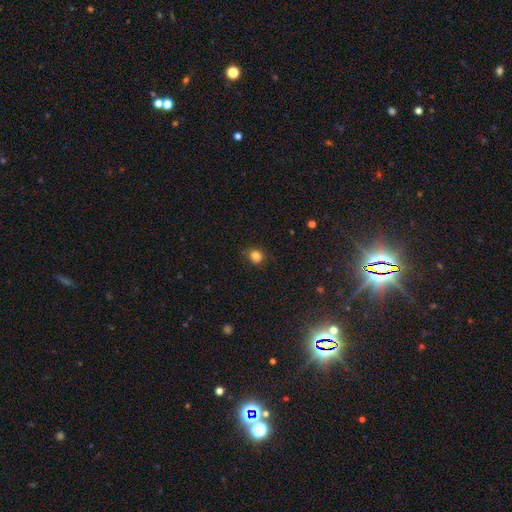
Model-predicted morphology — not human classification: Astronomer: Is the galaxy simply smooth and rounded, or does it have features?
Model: smooth — 81%.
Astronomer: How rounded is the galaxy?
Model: round — 75%.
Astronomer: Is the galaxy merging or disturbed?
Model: none — 73%.